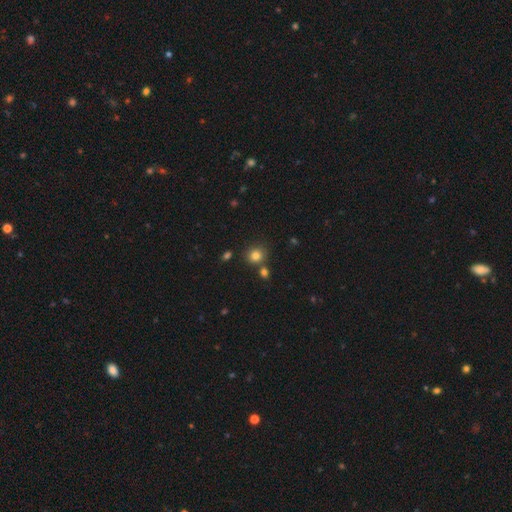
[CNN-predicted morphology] A smooth galaxy with no disk features (81%) that is round (79%). Merging: none (74%).